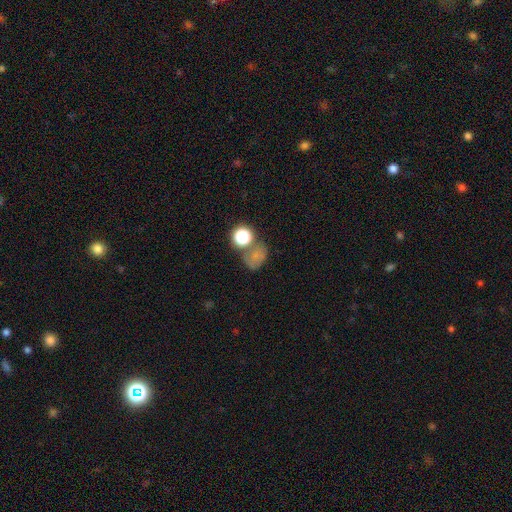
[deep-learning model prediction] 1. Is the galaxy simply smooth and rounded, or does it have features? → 60% smooth, 24% star or artifact, 16% featured or disk.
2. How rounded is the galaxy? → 50% in between, 49% round, 1% cigar-shaped.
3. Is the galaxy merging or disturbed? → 46% none, 22% merger, 18% minor disturbance, 14% major disturbance.